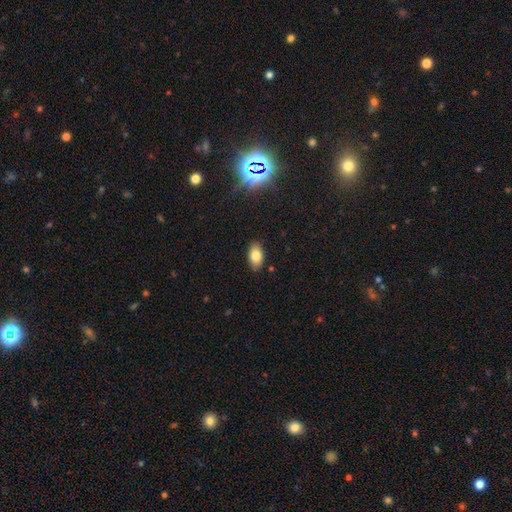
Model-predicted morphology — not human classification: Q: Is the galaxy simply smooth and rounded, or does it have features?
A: smooth — 80%.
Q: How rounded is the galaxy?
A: in between — 91%.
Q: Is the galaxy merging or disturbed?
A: none — 87%.